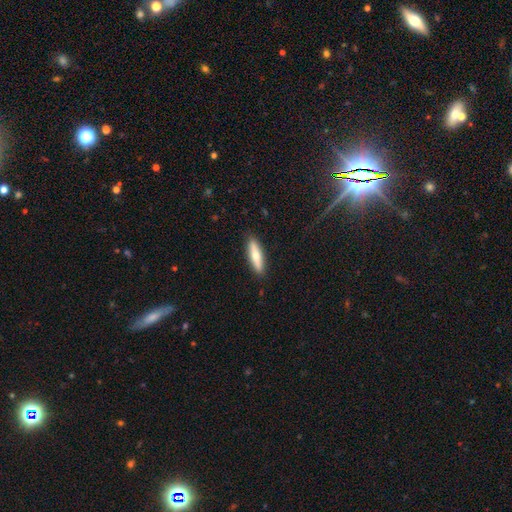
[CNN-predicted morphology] This is likely a smooth galaxy (62%). How rounded: likely cigar-shaped (71%). Merging: clearly none (89%).